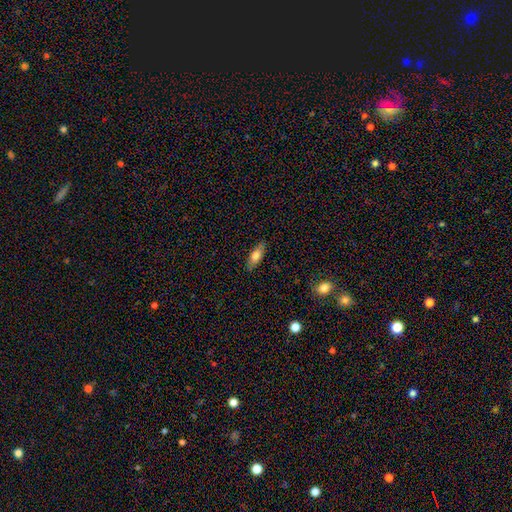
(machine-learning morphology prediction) The model was most divided on "how rounded": in between: 68%, cigar-shaped: 29%, round: 3%. More confident: merging — none (85%); smooth or featured — smooth (72%).